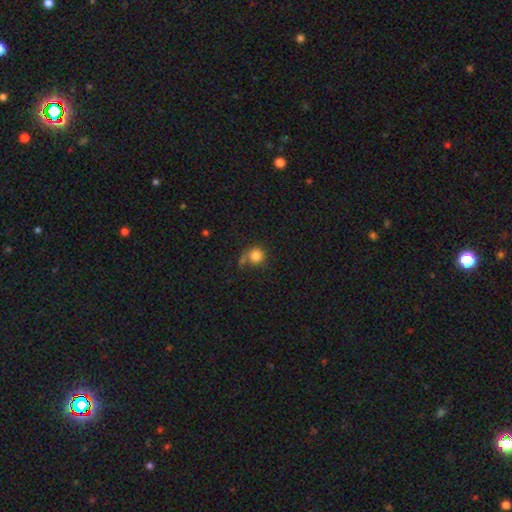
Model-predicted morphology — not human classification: Smooth or featured: smooth — 82% (star or artifact — 11%)
How rounded: round — 90% (in between — 9%)
Merging: none — 57% (minor disturbance — 19%)